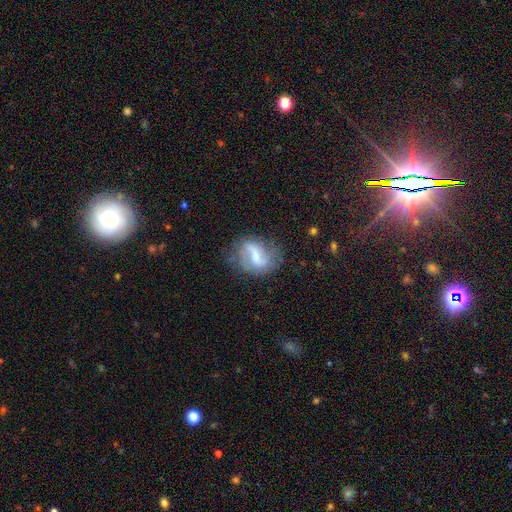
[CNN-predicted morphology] smooth_or_featured: featured or disk (p=0.68) [alt: smooth p=0.24]
disk_edge_on: no (p=0.97) [alt: yes p=0.03]
bar: weak (p=0.49) [alt: strong p=0.33]
has_spiral_arms: yes (p=0.82) [alt: no p=0.18]
spiral_winding: loose (p=0.55) [alt: medium p=0.33]
spiral_arm_count: 2 (p=0.75) [alt: can't tell p=0.11]
bulge_size: small (p=0.38) [alt: moderate p=0.34]
merging: none (p=0.57) [alt: minor disturbance p=0.24]